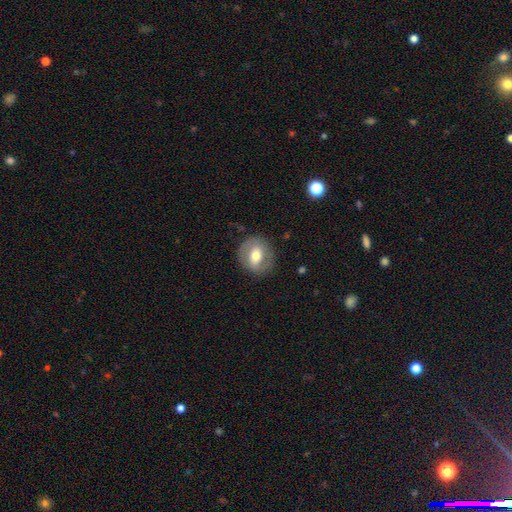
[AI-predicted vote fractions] Smooth or featured?
  - featured or disk: 51% *
  - smooth: 42%
  - star or artifact: 7%
Edge-on disk?
  - no: 93% *
  - yes: 7%
Merging?
  - none: 82% *
  - minor disturbance: 11%
  - major disturbance: 5%
  - merger: 1%